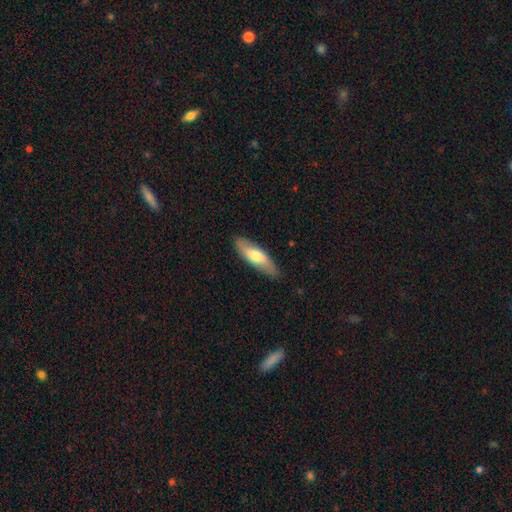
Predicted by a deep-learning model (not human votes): smooth 66%, featured or disk 29%, star or artifact 5%. Down the decision tree: how rounded — in between (50%); merging — none (85%).